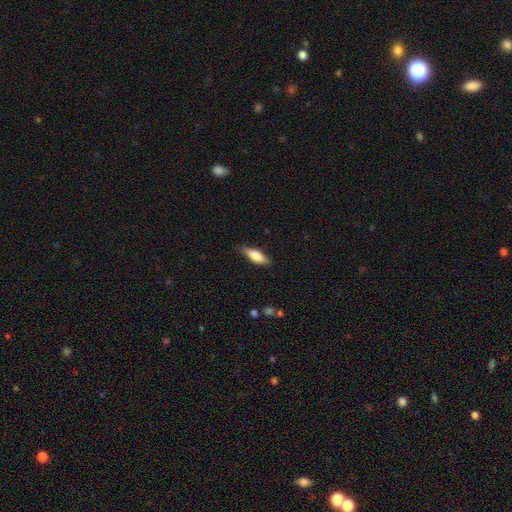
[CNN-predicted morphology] The model was most divided on "how rounded": in between: 61%, cigar-shaped: 37%, round: 2%. More confident: merging — none (82%); smooth or featured — smooth (73%).